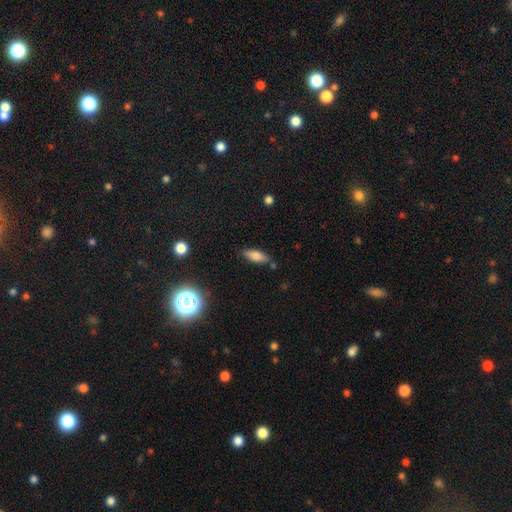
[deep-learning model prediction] smooth-or-featured: smooth: 70% | featured or disk: 21% | star or artifact: 9%
  how-rounded: in between: 60% | cigar-shaped: 37% | round: 3%
  merging: none: 79% | minor disturbance: 14% | merger: 4% | major disturbance: 3%